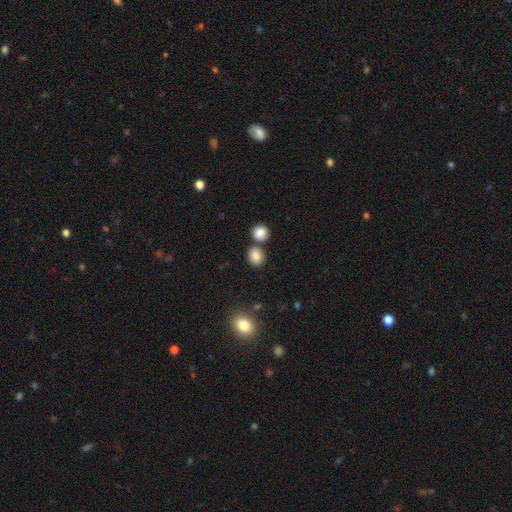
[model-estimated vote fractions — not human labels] The model was most divided on "how rounded": round: 61%, in between: 38%, cigar-shaped: 1%. More confident: smooth or featured — smooth (85%); merging — none (68%).